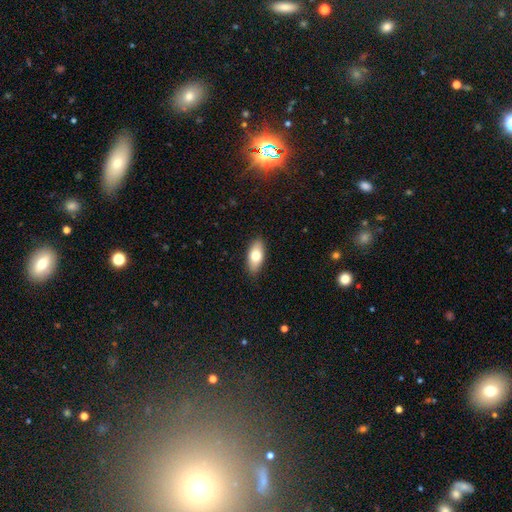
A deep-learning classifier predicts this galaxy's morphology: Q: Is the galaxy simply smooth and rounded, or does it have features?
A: smooth — 75%.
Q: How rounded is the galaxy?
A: in between — 87%.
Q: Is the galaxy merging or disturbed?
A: none — 88%.